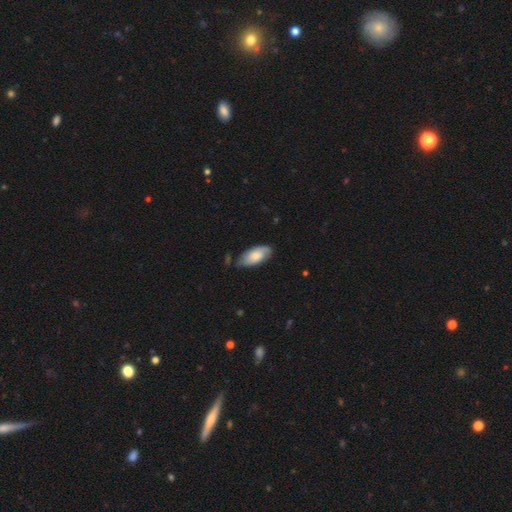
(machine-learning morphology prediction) Smooth or featured?
  - smooth: 61% *
  - featured or disk: 32%
  - star or artifact: 6%
How rounded?
  - in between: 91% *
  - cigar-shaped: 7%
  - round: 2%
Merging?
  - none: 65% *
  - minor disturbance: 27%
  - major disturbance: 6%
  - merger: 3%